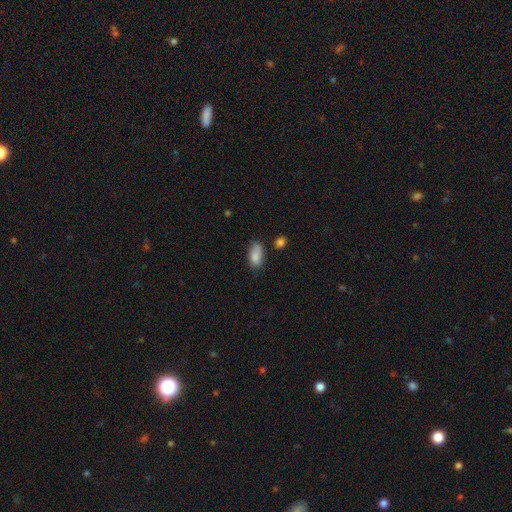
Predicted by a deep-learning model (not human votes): The model was most divided on "merging": none: 61%, minor disturbance: 28%, major disturbance: 6%, merger: 4%. More confident: how rounded — in between (91%); smooth or featured — smooth (86%).